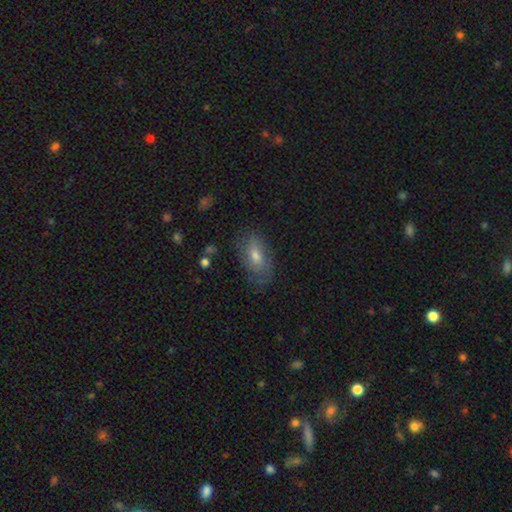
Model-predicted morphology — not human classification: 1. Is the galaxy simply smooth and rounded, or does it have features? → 66% smooth, 25% featured or disk, 9% star or artifact.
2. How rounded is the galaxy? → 87% in between, 7% round, 6% cigar-shaped.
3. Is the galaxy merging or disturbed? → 73% none, 20% minor disturbance, 6% major disturbance, 2% merger.